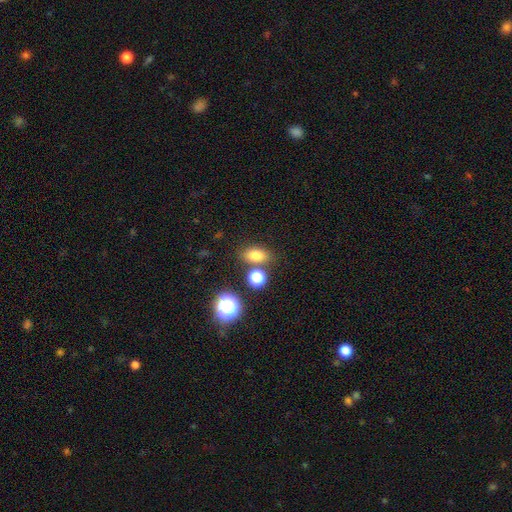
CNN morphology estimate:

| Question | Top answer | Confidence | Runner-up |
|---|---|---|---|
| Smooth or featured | smooth | 77% | star or artifact (15%) |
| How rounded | in between | 73% | round (25%) |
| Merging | none | 73% | merger (12%) |